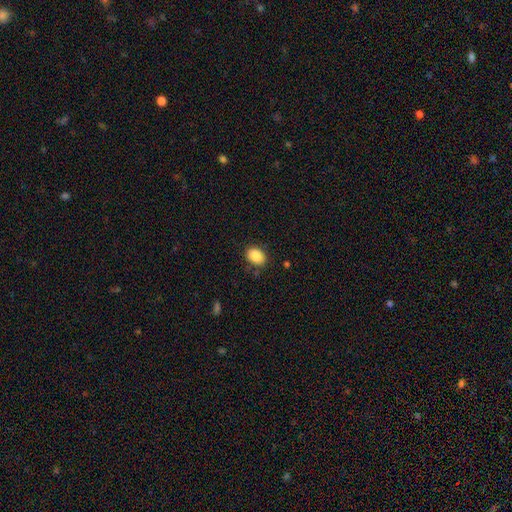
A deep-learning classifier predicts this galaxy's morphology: Smooth or featured? Predicted: smooth (p=0.87). How rounded? Predicted: in between (p=0.70). Merging? Predicted: none (p=0.84).